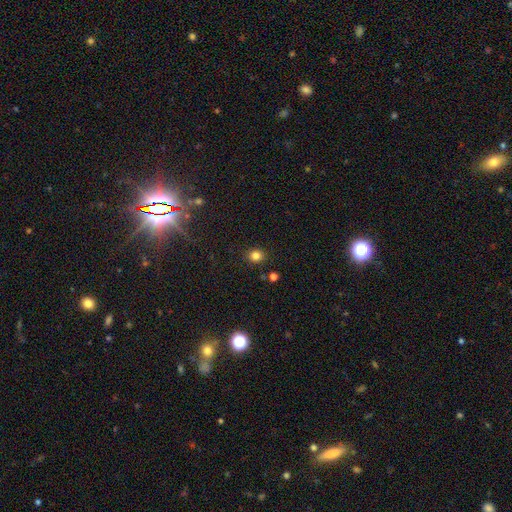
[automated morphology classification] The model was most divided on "how rounded": round: 74%, in between: 25%, cigar-shaped: 1%. More confident: merging — none (88%); smooth or featured — smooth (81%).